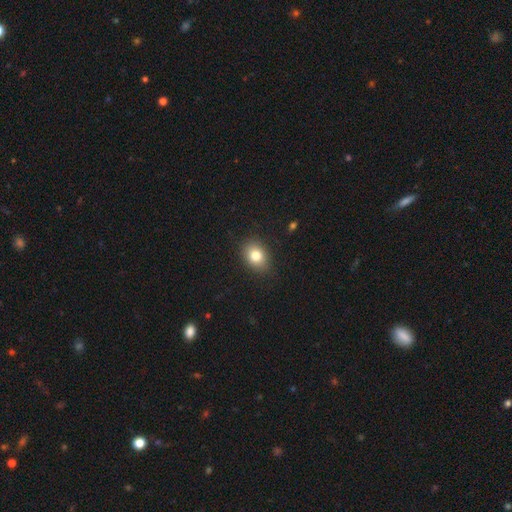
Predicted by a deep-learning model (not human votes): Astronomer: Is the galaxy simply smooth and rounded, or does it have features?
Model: smooth — 81%.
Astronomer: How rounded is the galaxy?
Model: in between — 64%.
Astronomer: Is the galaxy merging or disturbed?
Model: none — 86%.